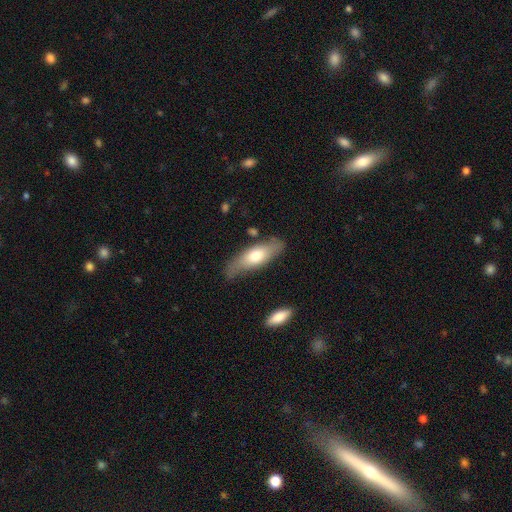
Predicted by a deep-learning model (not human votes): smooth 65%, featured or disk 30%, star or artifact 6%. Down the decision tree: how rounded — in between (62%); merging — none (70%).